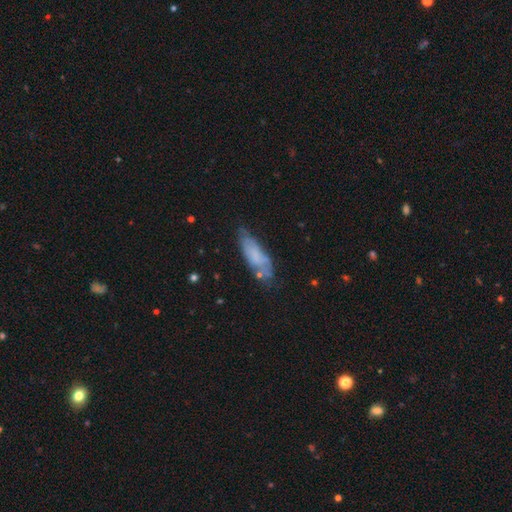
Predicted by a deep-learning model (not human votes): Smooth or featured? Predicted: smooth (p=0.61). How rounded? Predicted: in between (p=0.59). Merging? Predicted: none (p=0.58).